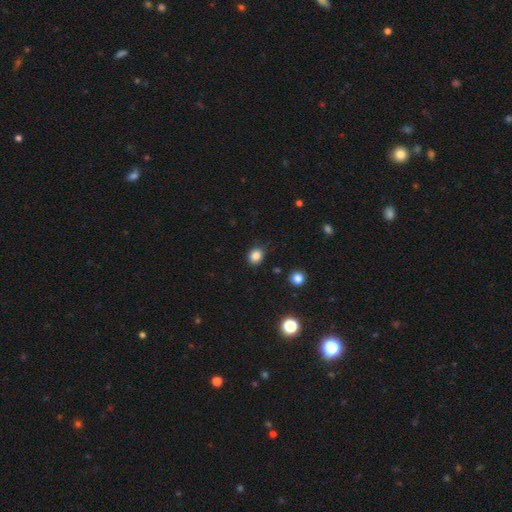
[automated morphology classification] smooth_or_featured: smooth (p=0.85) [alt: star or artifact p=0.11]
how_rounded: round (p=0.65) [alt: in between p=0.34]
merging: none (p=0.86) [alt: minor disturbance p=0.10]